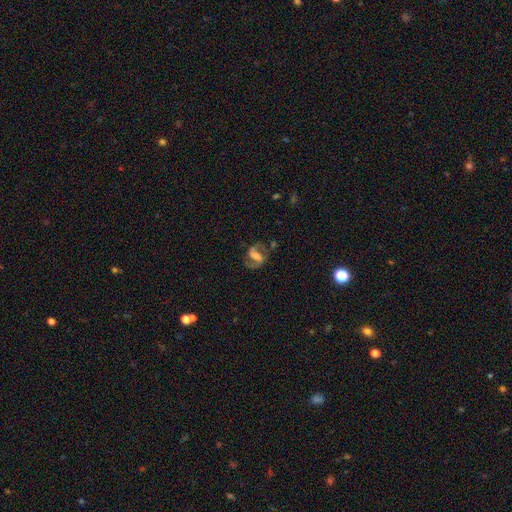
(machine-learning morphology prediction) A featured or disk galaxy (77%) with a strong bar (49%), 2 (88%) medium (51%) spiral arms (90%) and a moderate central bulge (35%). Merging: none (65%).